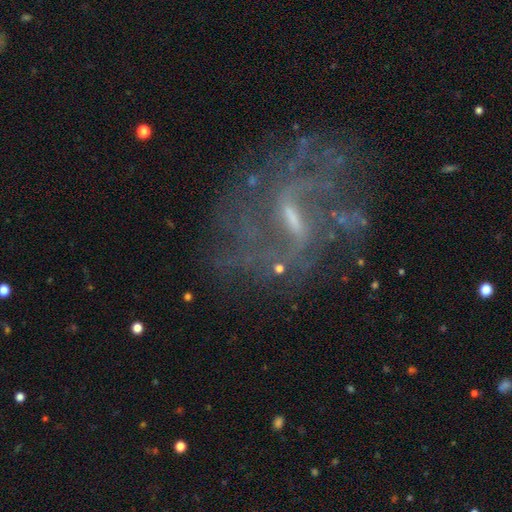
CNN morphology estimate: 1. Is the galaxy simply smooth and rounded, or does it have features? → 79% featured or disk, 13% star or artifact, 8% smooth.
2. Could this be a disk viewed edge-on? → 96% no, 4% yes.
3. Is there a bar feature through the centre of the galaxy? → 55% weak, 25% strong, 20% no.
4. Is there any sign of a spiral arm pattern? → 77% yes, 23% no.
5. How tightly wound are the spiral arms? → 53% loose, 32% medium, 15% tight.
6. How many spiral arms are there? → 38% can't tell, 35% 2, 9% 3, 7% 1, 6% 4, 5% more than 4.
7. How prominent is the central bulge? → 56% small, 25% moderate, 17% none, 2% large, 1% dominant.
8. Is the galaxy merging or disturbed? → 61% none, 20% major disturbance, 16% minor disturbance, 3% merger.